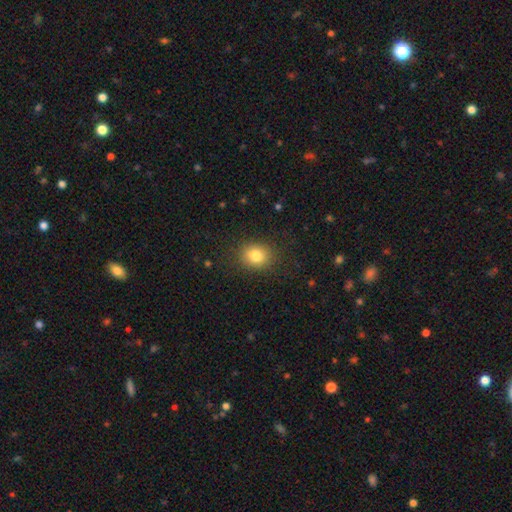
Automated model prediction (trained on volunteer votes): smooth 82%, star or artifact 11%, featured or disk 7%. Down the decision tree: how rounded — round (60%); merging — none (86%).